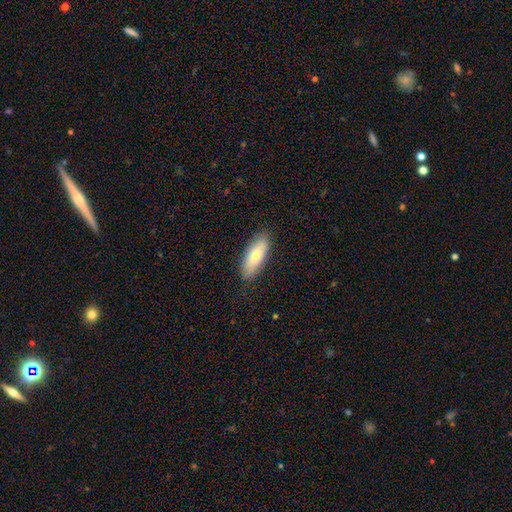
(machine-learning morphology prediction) Smooth or featured? Predicted: smooth (p=0.70). How rounded? Predicted: in between (p=0.71). Merging? Predicted: none (p=0.86).